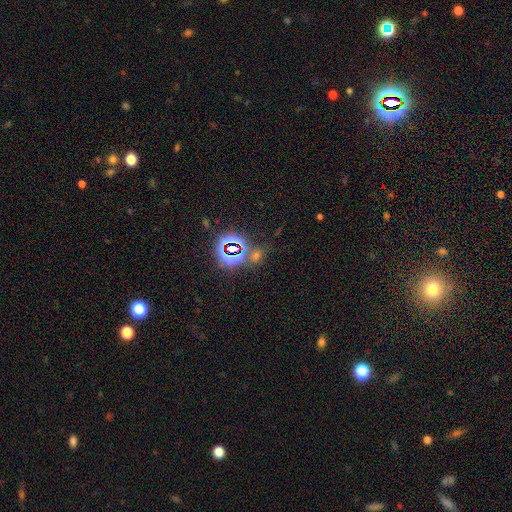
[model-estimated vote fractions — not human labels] This appears to be a star or artifact, not a galaxy (67%).